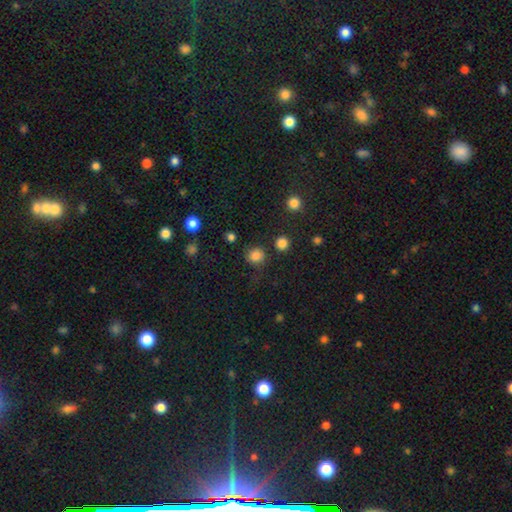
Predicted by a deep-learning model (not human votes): smooth-or-featured: smooth: 83% | star or artifact: 13% | featured or disk: 4%
  how-rounded: round: 90% | in between: 9% | cigar-shaped: 1%
  merging: none: 78% | minor disturbance: 12% | major disturbance: 5% | merger: 4%